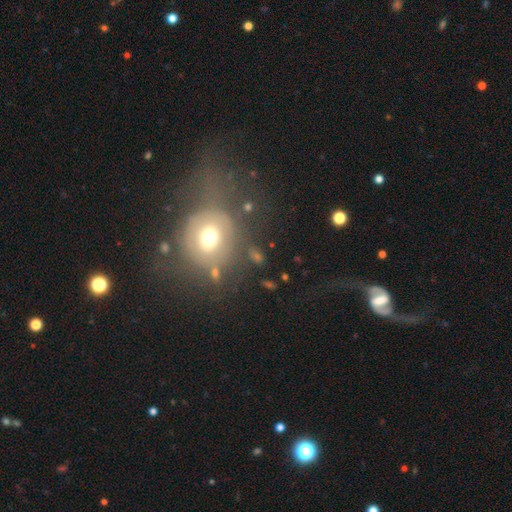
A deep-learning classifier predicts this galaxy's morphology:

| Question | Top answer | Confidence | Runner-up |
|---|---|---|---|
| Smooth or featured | smooth | 53% | featured or disk (29%) |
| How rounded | round | 71% | in between (27%) |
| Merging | none | 48% | major disturbance (25%) |